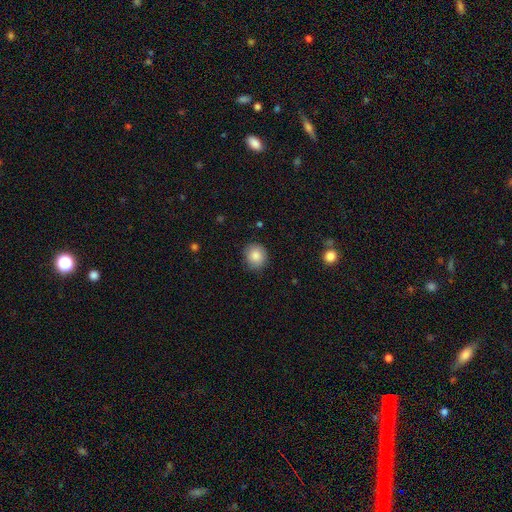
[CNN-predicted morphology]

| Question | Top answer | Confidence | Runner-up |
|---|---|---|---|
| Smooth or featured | smooth | 85% | star or artifact (8%) |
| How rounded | round | 81% | in between (18%) |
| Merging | none | 84% | minor disturbance (12%) |